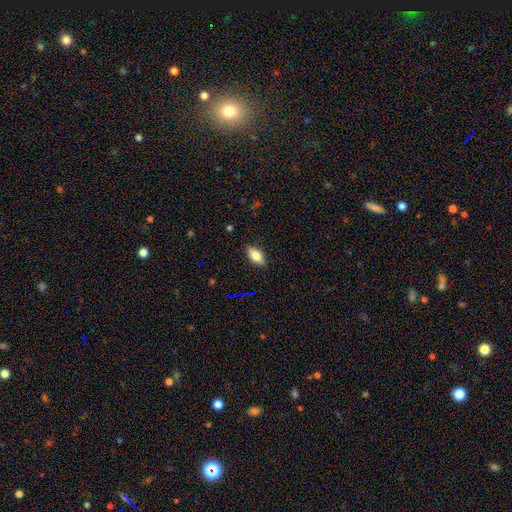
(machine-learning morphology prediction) A smooth galaxy with no disk features (73%) that is in between round and cigar-shaped (83%). Merging: none (87%).